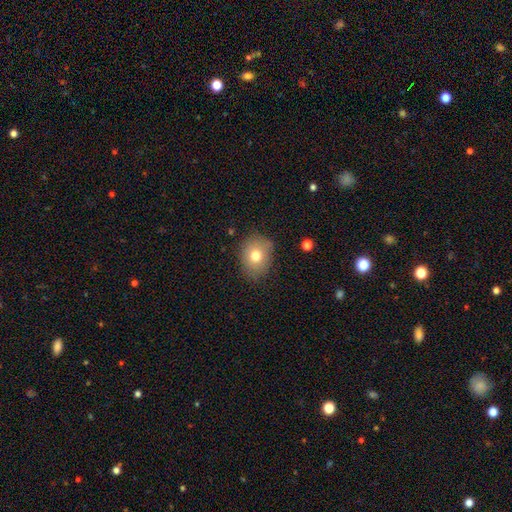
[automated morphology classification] Smooth or featured: smooth — 75% (featured or disk — 15%)
How rounded: round — 53% (in between — 46%)
Merging: none — 79% (minor disturbance — 16%)